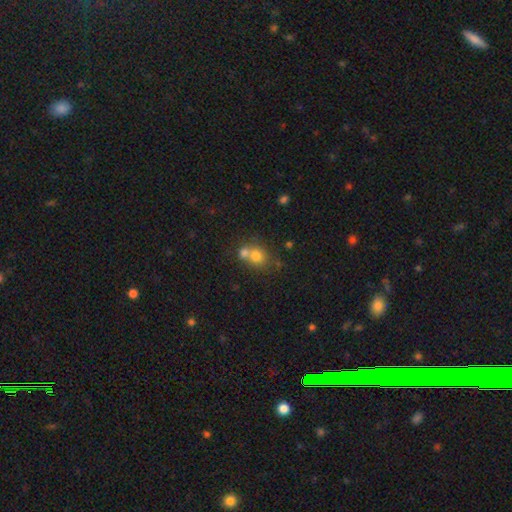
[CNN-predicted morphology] The model was most divided on "merging": merger: 53%, none: 36%, minor disturbance: 7%, major disturbance: 3%. More confident: how rounded — round (75%); smooth or featured — smooth (74%).